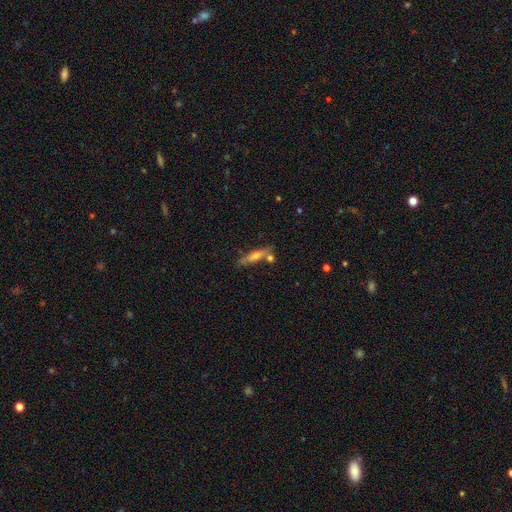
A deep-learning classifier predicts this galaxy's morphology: type=featured or disk (55%); edge-on=yes (90%); merging=none (70%).